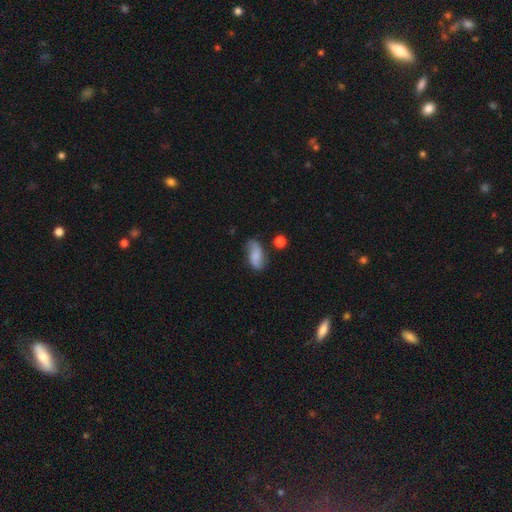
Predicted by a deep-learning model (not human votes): Morphology: type=smooth (53%); roundness=in between (88%); merging=none (68%).